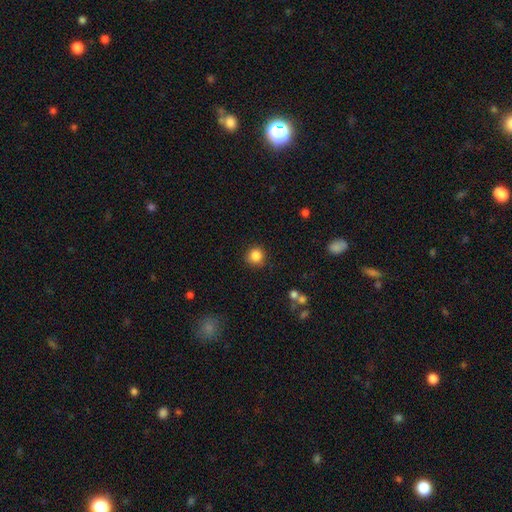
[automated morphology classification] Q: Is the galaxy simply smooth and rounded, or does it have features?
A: smooth — 86%.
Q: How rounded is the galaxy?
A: round — 92%.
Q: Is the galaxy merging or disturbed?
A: none — 86%.